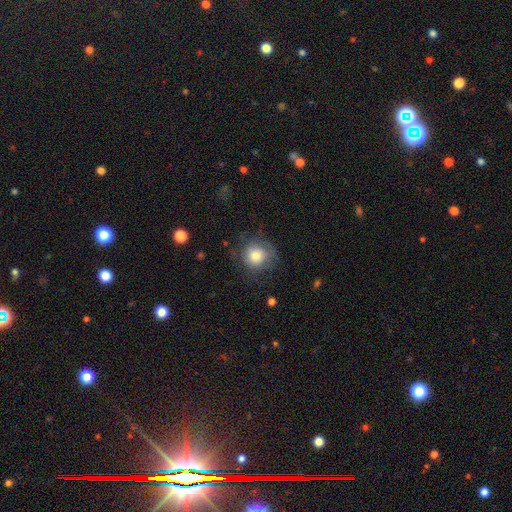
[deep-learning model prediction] Overall: smooth (75%). How rounded: round (88%). Merging: none (66%).